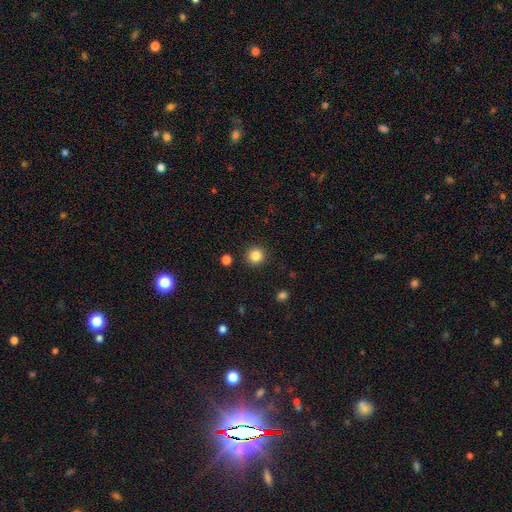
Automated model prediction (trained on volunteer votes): smooth-or-featured: smooth: 85% | star or artifact: 11% | featured or disk: 4%
  how-rounded: round: 94% | in between: 5% | cigar-shaped: 1%
  merging: none: 91% | minor disturbance: 5% | major disturbance: 2% | merger: 2%